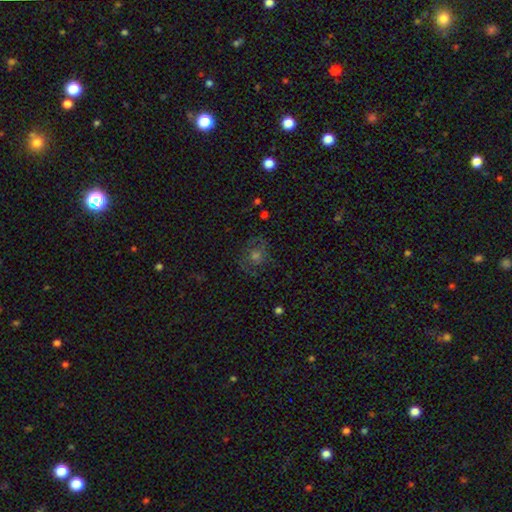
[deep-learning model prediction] smooth-or-featured: featured or disk: 44% | smooth: 33% | star or artifact: 23%
  merging: none: 75% | minor disturbance: 14% | major disturbance: 9% | merger: 2%